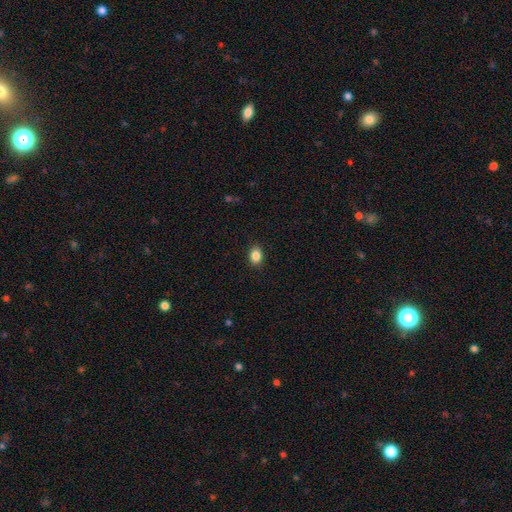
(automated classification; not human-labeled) Smooth or featured? smooth (86%)
How rounded? in between (67%)
Merging? none (89%)